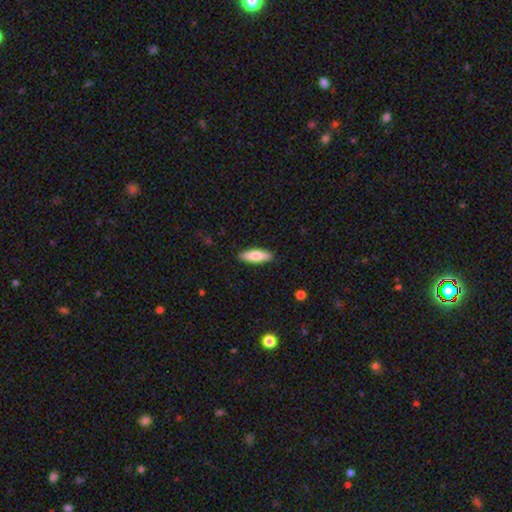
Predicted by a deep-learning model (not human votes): Smooth or featured: smooth — 77% (featured or disk — 18%)
How rounded: in between — 54% (cigar-shaped — 44%)
Merging: none — 89% (minor disturbance — 8%)